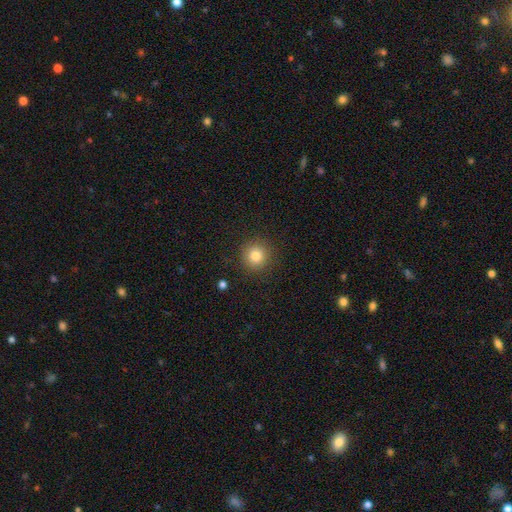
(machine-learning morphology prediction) The model was most divided on "smooth or featured": smooth: 82%, star or artifact: 12%, featured or disk: 7%. More confident: how rounded — round (94%); merging — none (90%).